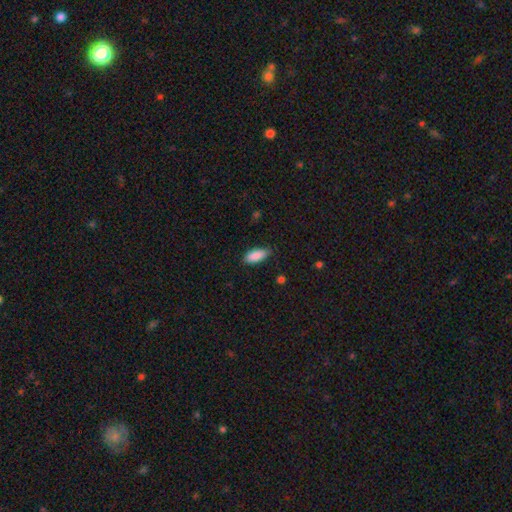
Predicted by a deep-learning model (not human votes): This appears to be a smooth galaxy with no disk features (88%) that is in between round and cigar-shaped (81%). Merging: none (79%).